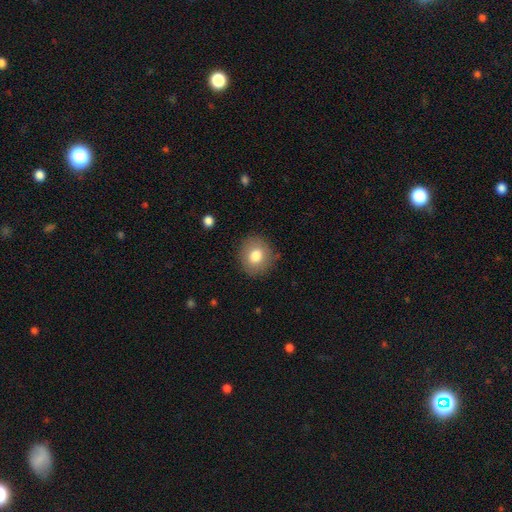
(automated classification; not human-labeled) Smooth or featured: smooth — 79% (featured or disk — 12%)
How rounded: round — 84% (in between — 15%)
Merging: none — 85% (minor disturbance — 10%)